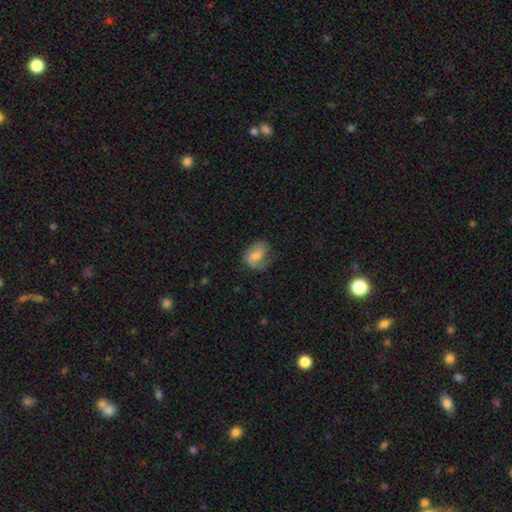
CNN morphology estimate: A featured or disk galaxy (46%). Merging: none (56%).